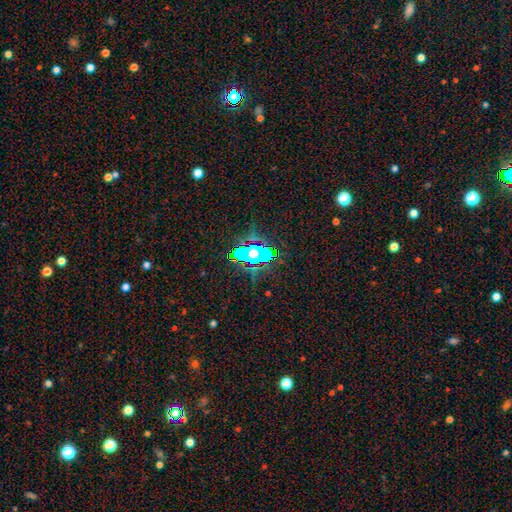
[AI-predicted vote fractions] A star or artifact, not a galaxy (54%).